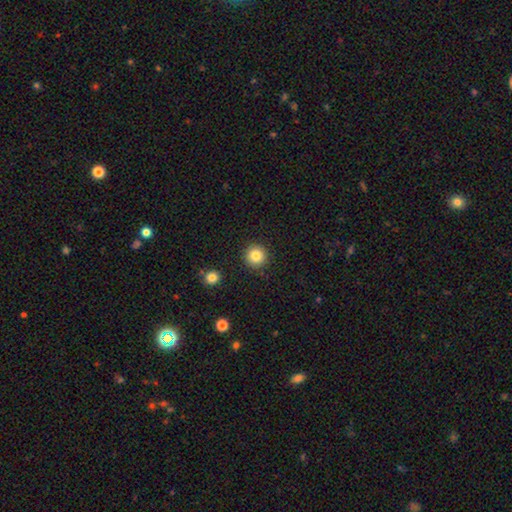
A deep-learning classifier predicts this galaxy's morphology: A smooth galaxy with no disk features (83%) that is round (95%). Merging: none (91%).